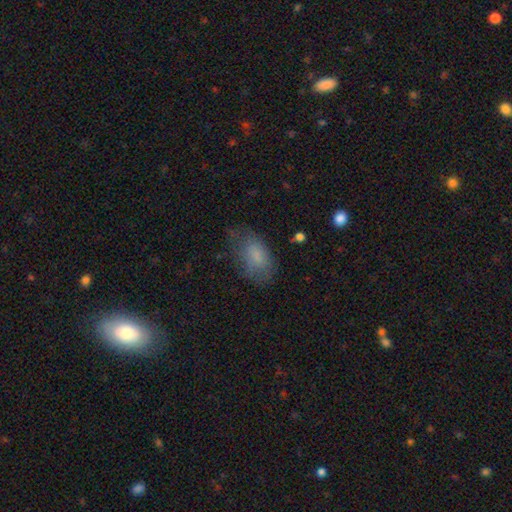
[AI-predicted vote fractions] A smooth galaxy with no disk features (77%) that is in between round and cigar-shaped (92%).

Vote fractions:
- Smooth or featured? smooth: 77% / featured or disk: 14% / star or artifact: 9%
- How rounded? in between: 92% / round: 6% / cigar-shaped: 2%
- Merging? none: 57% / minor disturbance: 28% / major disturbance: 14% / merger: 2%